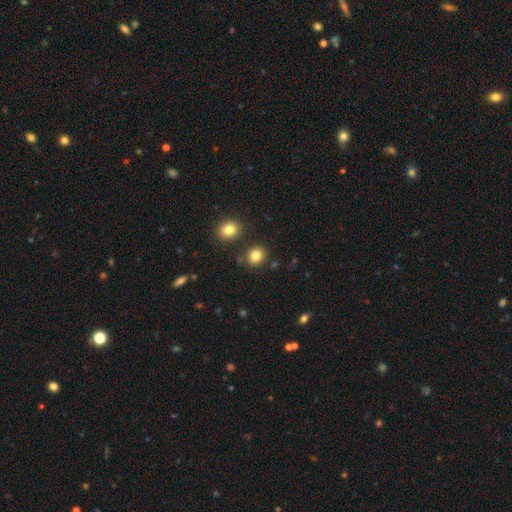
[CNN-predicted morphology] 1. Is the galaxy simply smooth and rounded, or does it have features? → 83% smooth, 11% star or artifact, 6% featured or disk.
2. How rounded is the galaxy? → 69% round, 30% in between, 1% cigar-shaped.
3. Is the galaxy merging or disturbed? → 82% none, 9% minor disturbance, 6% merger, 3% major disturbance.